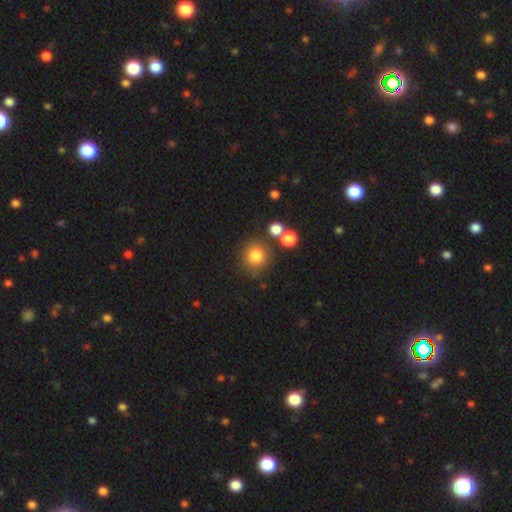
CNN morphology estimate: type=smooth (81%); roundness=round (90%); merging=none (76%).